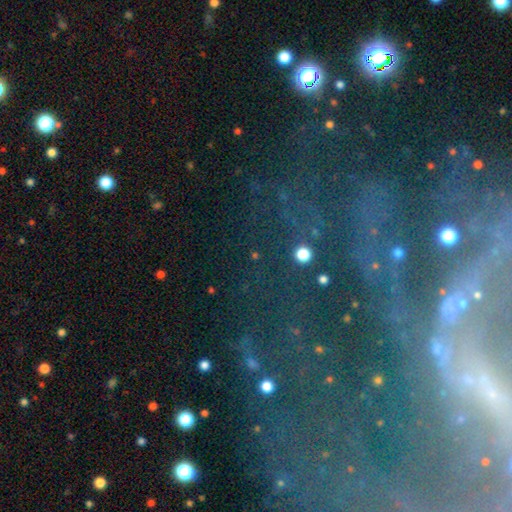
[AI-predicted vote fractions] This is possibly a star or artifact rather than a galaxy (57%).